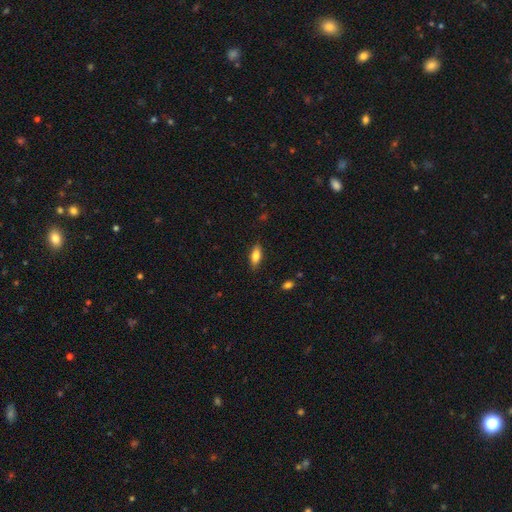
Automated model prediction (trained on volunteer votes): A smooth galaxy with no disk features (80%) that is in between round and cigar-shaped (75%). Merging: none (85%).